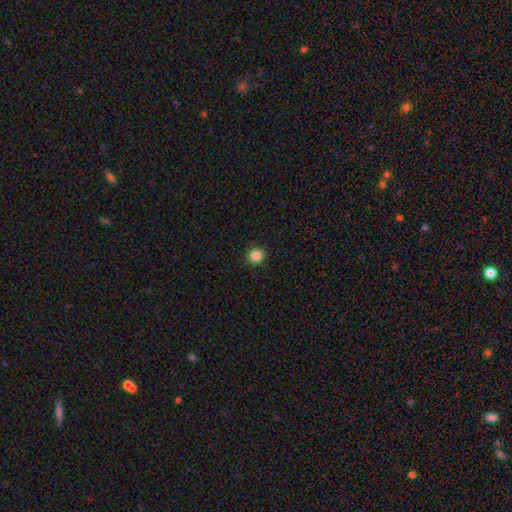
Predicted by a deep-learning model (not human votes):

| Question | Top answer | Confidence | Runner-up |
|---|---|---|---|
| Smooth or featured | smooth | 86% | star or artifact (11%) |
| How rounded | round | 90% | in between (9%) |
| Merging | none | 92% | minor disturbance (5%) |